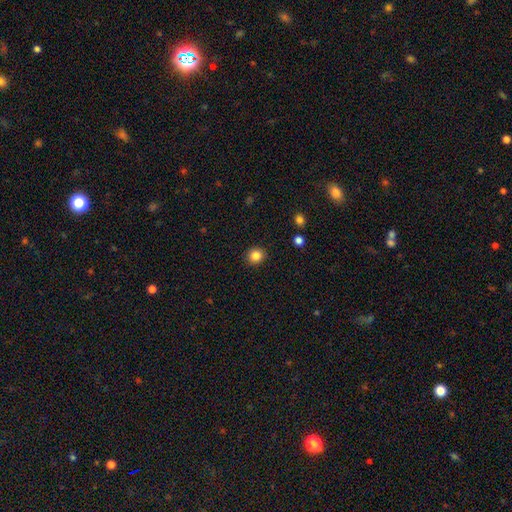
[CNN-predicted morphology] Overall: smooth (84%). How rounded: round (89%). Merging: none (91%).